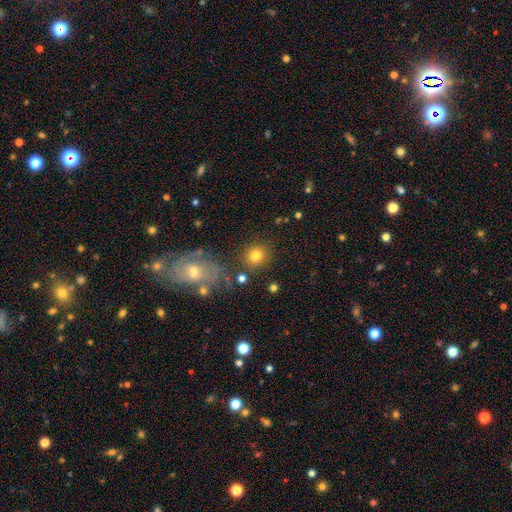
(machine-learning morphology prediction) A smooth galaxy with no disk features (79%) that is round (86%). Merging: none (80%).